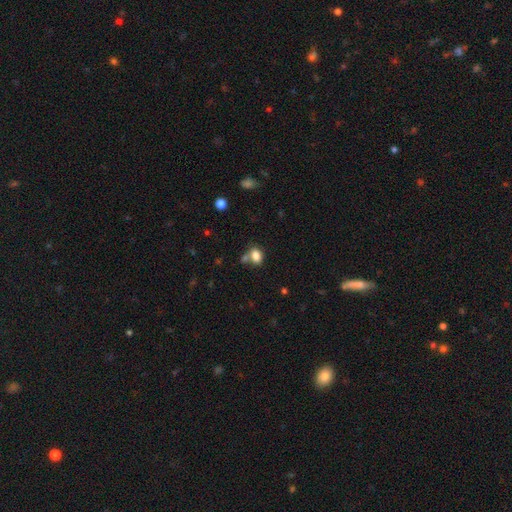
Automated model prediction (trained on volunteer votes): smooth_or_featured: smooth (p=0.83) [alt: star or artifact p=0.11]
how_rounded: in between (p=0.74) [alt: round p=0.25]
merging: none (p=0.57) [alt: merger p=0.24]